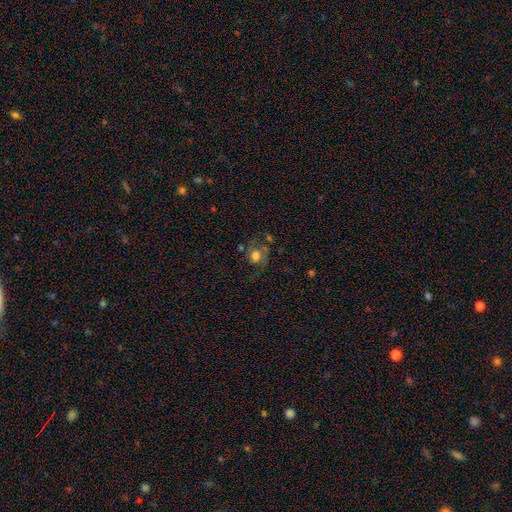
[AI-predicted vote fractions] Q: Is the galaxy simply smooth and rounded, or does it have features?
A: featured or disk — 49%.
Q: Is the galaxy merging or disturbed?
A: none — 51%.